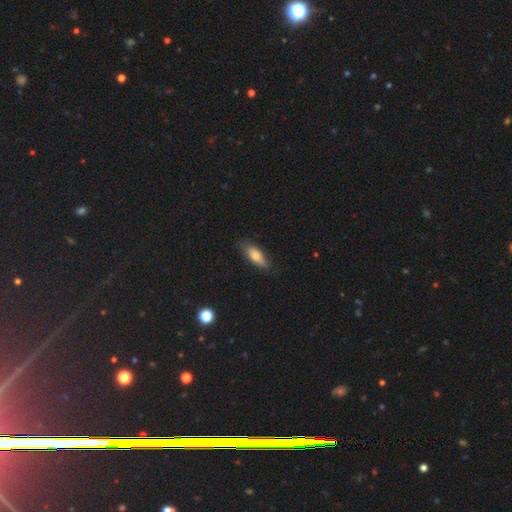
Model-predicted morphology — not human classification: Smooth or featured: smooth — 76% (featured or disk — 17%)
How rounded: in between — 65% (cigar-shaped — 32%)
Merging: none — 72% (minor disturbance — 22%)